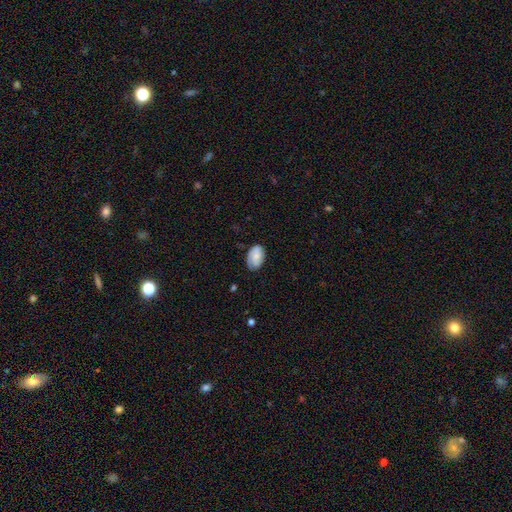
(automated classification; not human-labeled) Smooth or featured? Predicted: smooth (p=0.68). How rounded? Predicted: in between (p=0.89). Merging? Predicted: none (p=0.73).